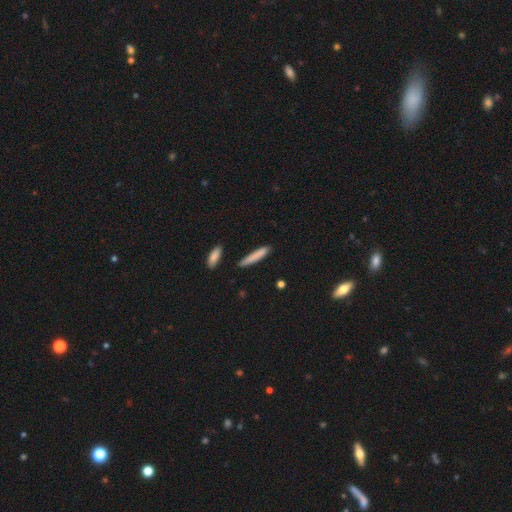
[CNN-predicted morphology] This appears to be a smooth galaxy with no disk features (82%) that is cigar-shaped (91%). Merging: none (85%).